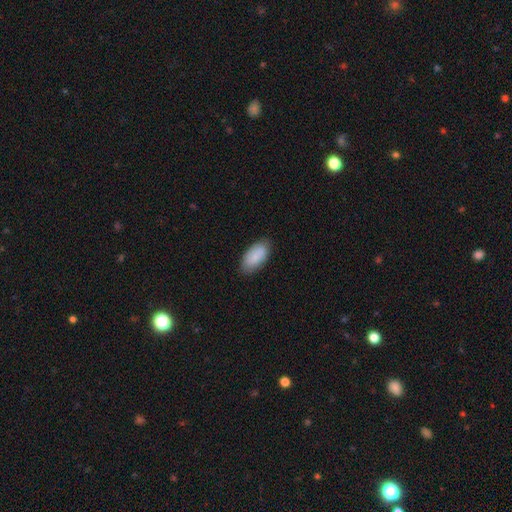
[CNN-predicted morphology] Smooth or featured: smooth — 76% (featured or disk — 18%)
How rounded: in between — 94% (cigar-shaped — 3%)
Merging: none — 83% (minor disturbance — 14%)